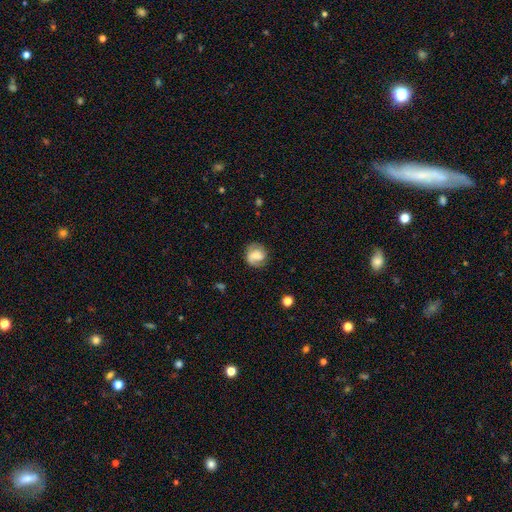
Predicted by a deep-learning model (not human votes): smooth_or_featured: smooth (p=0.50) [alt: featured or disk p=0.42]
merging: none (p=0.70) [alt: minor disturbance p=0.20]